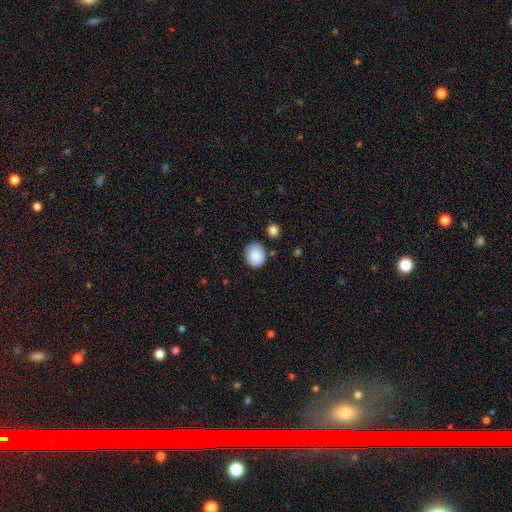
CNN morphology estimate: Q: Smooth or featured?
A: smooth (88%); runner-up: star or artifact (8%)
Q: How rounded?
A: round (71%); runner-up: in between (28%)
Q: Merging?
A: none (80%); runner-up: minor disturbance (13%)